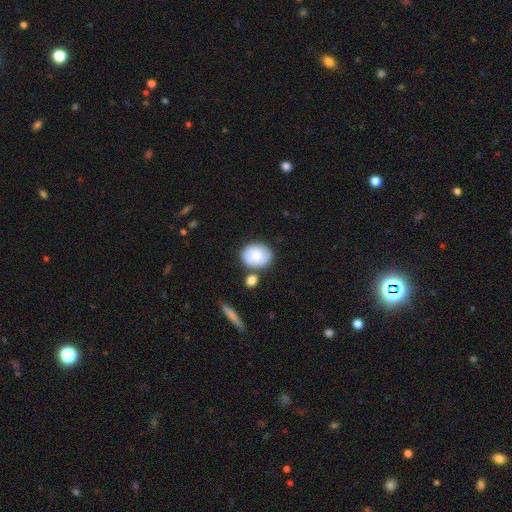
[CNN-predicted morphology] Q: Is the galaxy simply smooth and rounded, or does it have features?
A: smooth — 62%.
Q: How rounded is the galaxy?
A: round — 56%.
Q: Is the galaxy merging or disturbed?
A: none — 66%.